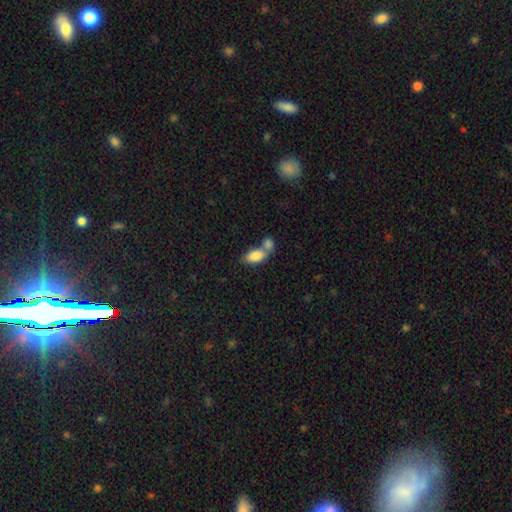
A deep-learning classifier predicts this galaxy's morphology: type=smooth (83%); roundness=in between (90%); merging=merger (55%).